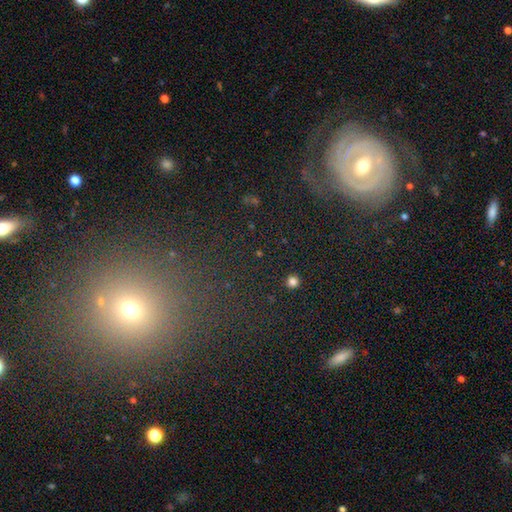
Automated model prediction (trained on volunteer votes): The model was most divided on "smooth or featured": star or artifact: 36%, featured or disk: 33%, smooth: 31%.